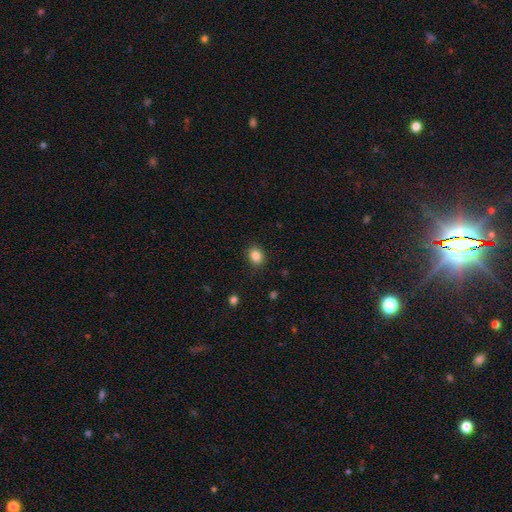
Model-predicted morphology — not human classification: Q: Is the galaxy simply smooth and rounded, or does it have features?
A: smooth — 86%.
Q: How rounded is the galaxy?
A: round — 51%.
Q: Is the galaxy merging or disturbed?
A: none — 88%.